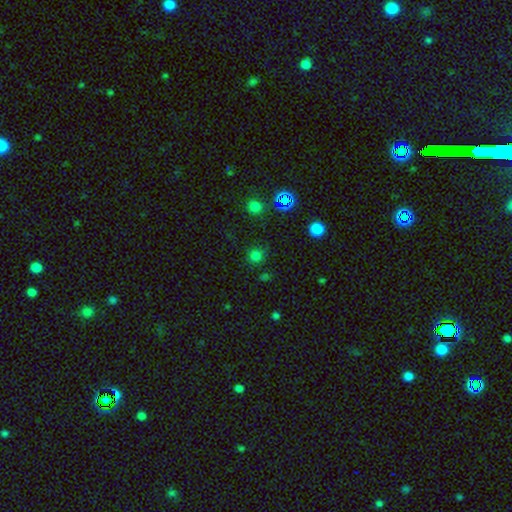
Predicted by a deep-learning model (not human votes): smooth-or-featured: smooth: 70% | star or artifact: 25% | featured or disk: 5%
  how-rounded: round: 93% | in between: 6% | cigar-shaped: 1%
  merging: none: 84% | minor disturbance: 9% | major disturbance: 4% | merger: 3%